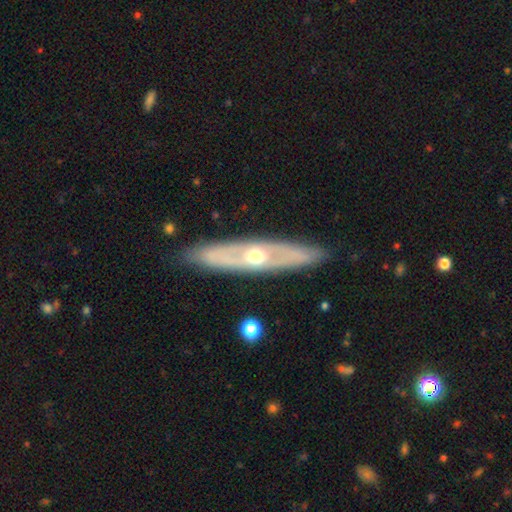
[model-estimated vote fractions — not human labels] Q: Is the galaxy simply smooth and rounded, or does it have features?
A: featured or disk — 68%.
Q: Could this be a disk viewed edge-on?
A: yes — 50%, tied with no.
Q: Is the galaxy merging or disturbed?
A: none — 87%.